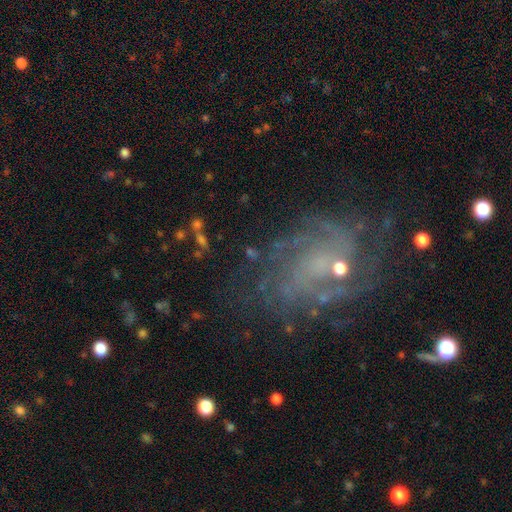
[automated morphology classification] Overall: featured or disk (74%). Edge-on disk: no (97%). Bar: no (71%). Spiral arms: yes (89%). Spiral arm count: can't tell (36%; 3 17%). Spiral winding: tight (50%; medium 36%). Bulge size: small (58%; moderate 24%). Merging: none (67%).